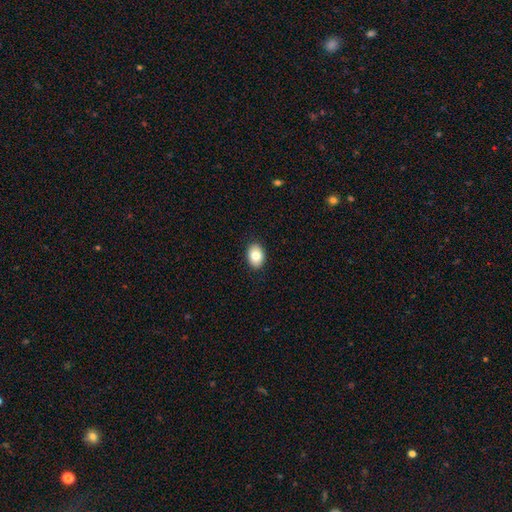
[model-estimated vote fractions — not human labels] This appears to be a smooth galaxy with no disk features (84%) that is in between round and cigar-shaped (83%). Merging: none (90%).